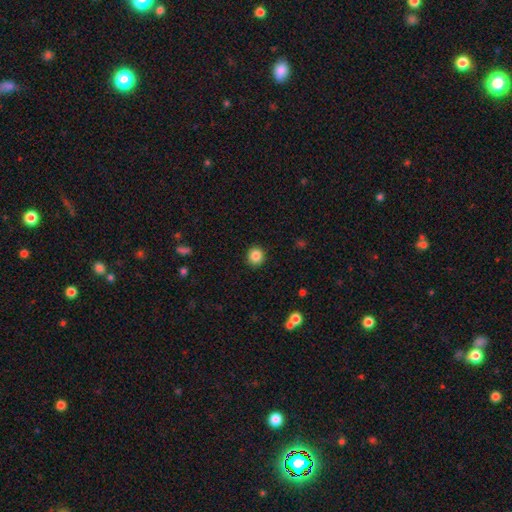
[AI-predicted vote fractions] This appears to be a smooth galaxy with no disk features (86%) that is round (92%). Merging: none (92%).